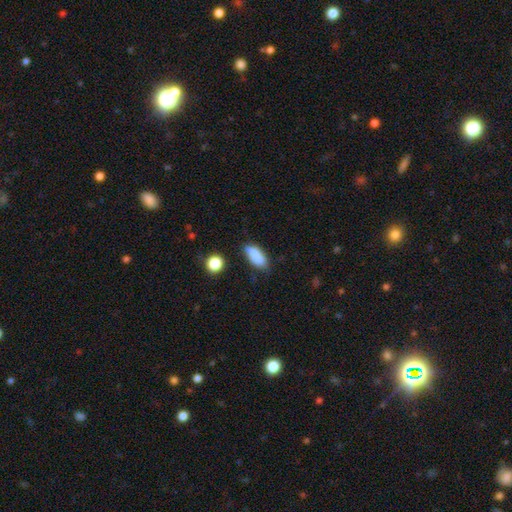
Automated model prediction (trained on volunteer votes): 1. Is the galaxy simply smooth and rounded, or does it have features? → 82% smooth, 10% featured or disk, 8% star or artifact.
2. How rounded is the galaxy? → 78% in between, 19% cigar-shaped, 3% round.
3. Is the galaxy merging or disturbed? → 66% none, 23% minor disturbance, 5% merger, 5% major disturbance.